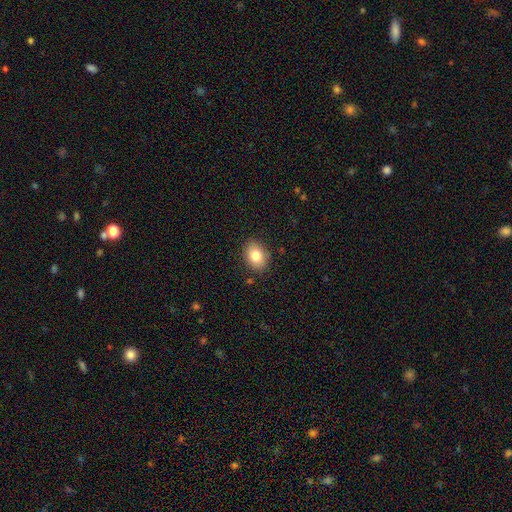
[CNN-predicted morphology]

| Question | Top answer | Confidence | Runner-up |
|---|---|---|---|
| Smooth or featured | smooth | 82% | featured or disk (10%) |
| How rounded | in between | 72% | round (27%) |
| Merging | none | 86% | minor disturbance (10%) |